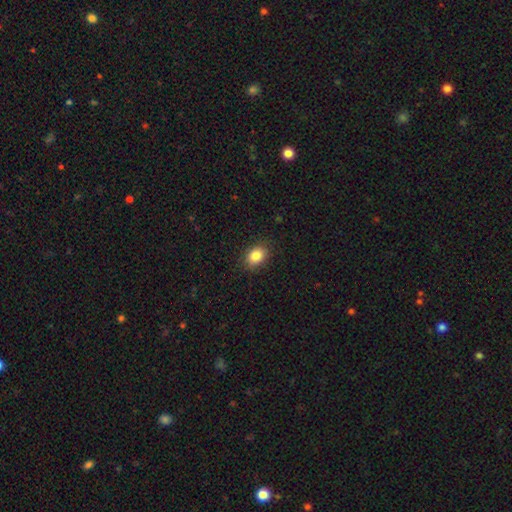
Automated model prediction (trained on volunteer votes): A smooth galaxy with no disk features (85%) that is in between round and cigar-shaped (75%).

Vote fractions:
- Smooth or featured? smooth: 85% / star or artifact: 9% / featured or disk: 6%
- How rounded? in between: 75% / round: 24% / cigar-shaped: 1%
- Merging? none: 86% / minor disturbance: 10% / major disturbance: 3% / merger: 1%